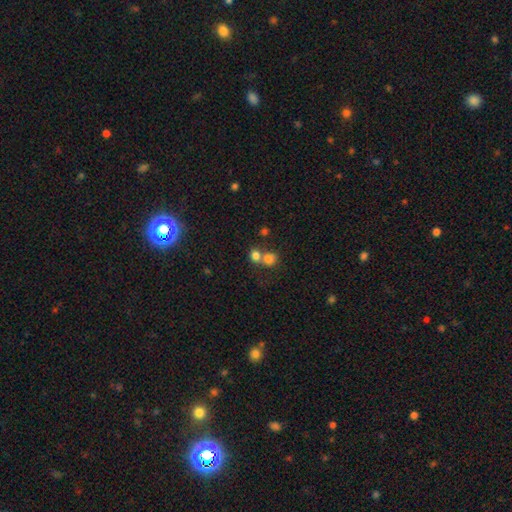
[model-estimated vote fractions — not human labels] Smooth or featured: smooth — 77% (star or artifact — 14%)
How rounded: round — 79% (in between — 20%)
Merging: merger — 51% (none — 39%)